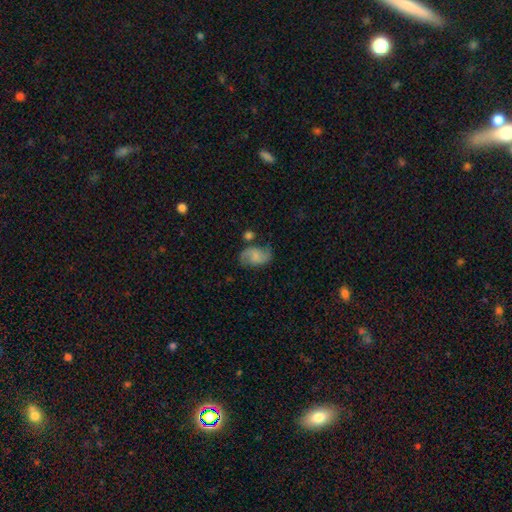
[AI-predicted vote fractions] smooth-or-featured: featured or disk: 51% | smooth: 40% | star or artifact: 9%
  disk-edge-on: no: 97% | yes: 3%
  merging: none: 60% | minor disturbance: 22% | major disturbance: 9% | merger: 9%